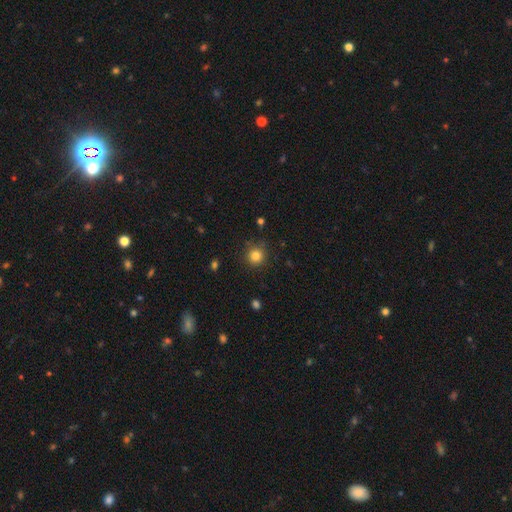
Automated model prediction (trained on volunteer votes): Smooth or featured?
  - smooth: 83% *
  - star or artifact: 12%
  - featured or disk: 5%
How rounded?
  - round: 93% *
  - in between: 6%
  - cigar-shaped: 1%
Merging?
  - none: 85% *
  - minor disturbance: 10%
  - major disturbance: 3%
  - merger: 2%